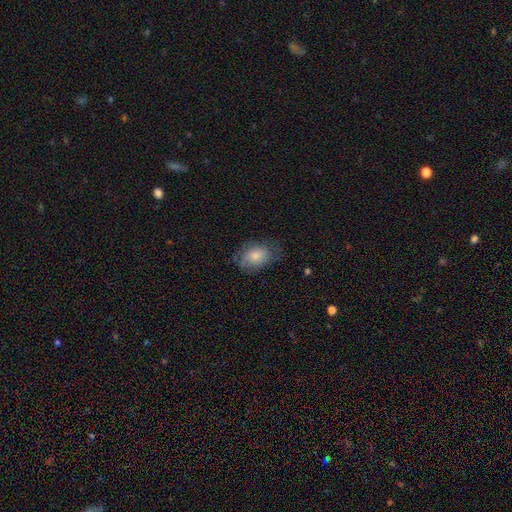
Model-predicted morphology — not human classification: Smooth or featured? smooth (67%)
How rounded? in between (80%)
Merging? none (62%)